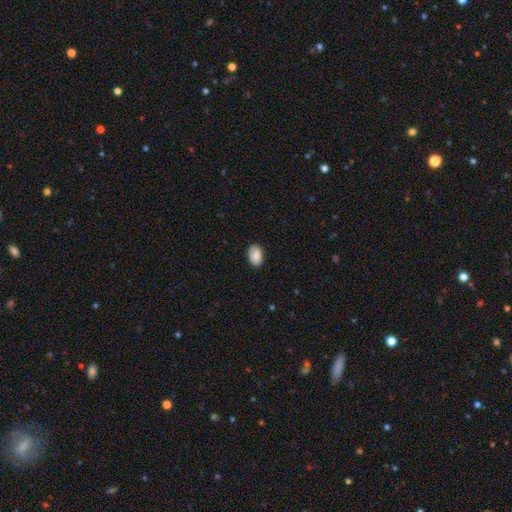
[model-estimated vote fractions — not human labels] This appears to be a smooth galaxy with no disk features (89%) that is in between round and cigar-shaped (87%). Merging: none (85%).